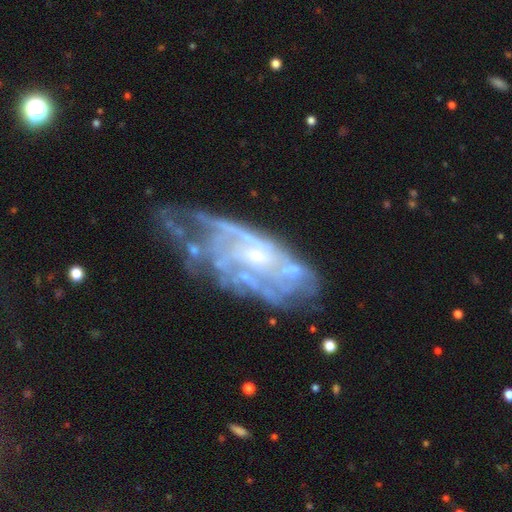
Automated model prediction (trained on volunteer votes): The model was most divided on "spiral winding": tight: 45%, medium: 36%, loose: 19%. Remaining: edge-on disk — no (93%); smooth or featured — featured or disk (80%); spiral arms — yes (74%); bar — no (62%); bulge size — small (57%); spiral arm count — can't tell (54%); merging — none (38%).